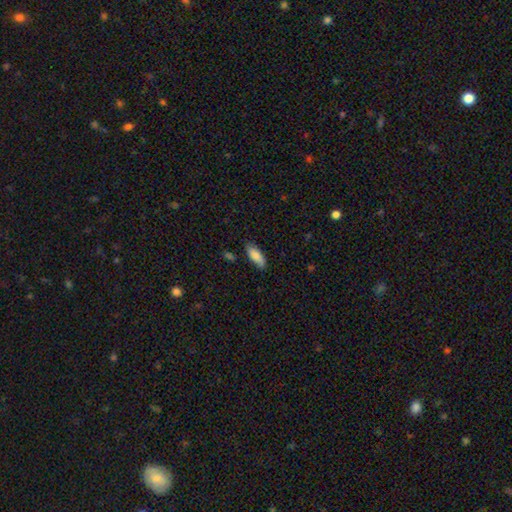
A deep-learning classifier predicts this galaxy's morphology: Q: Smooth or featured?
A: smooth (84%); runner-up: featured or disk (10%)
Q: How rounded?
A: in between (78%); runner-up: cigar-shaped (20%)
Q: Merging?
A: none (80%); runner-up: minor disturbance (16%)